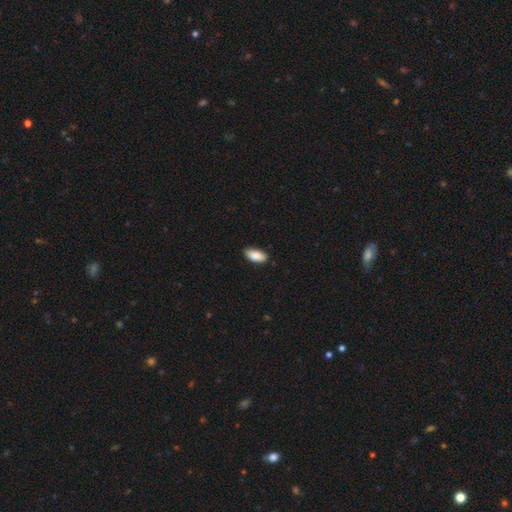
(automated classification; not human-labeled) Smooth or featured?
  - smooth: 89% *
  - star or artifact: 6%
  - featured or disk: 5%
How rounded?
  - in between: 92% *
  - cigar-shaped: 6%
  - round: 2%
Merging?
  - none: 79% *
  - minor disturbance: 17%
  - major disturbance: 2%
  - merger: 1%